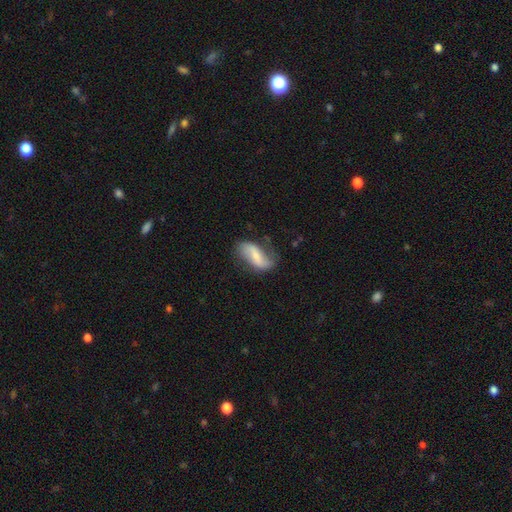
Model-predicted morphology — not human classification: Smooth or featured? Predicted: featured or disk (p=0.57). Edge-on disk? Predicted: no (p=0.93). Bar? Predicted: strong (p=0.42). Spiral arms? Predicted: yes (p=0.83). Bulge size? Predicted: small (p=0.45). Merging? Predicted: none (p=0.57).